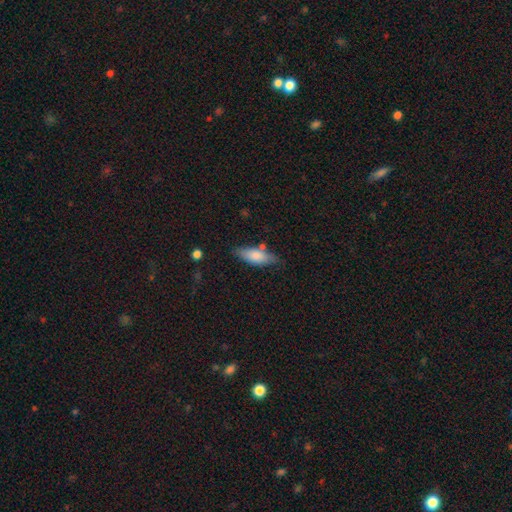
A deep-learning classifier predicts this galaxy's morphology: This appears to be a smooth galaxy with no disk features (79%) that is in between round and cigar-shaped (70%). Merging: none (69%).